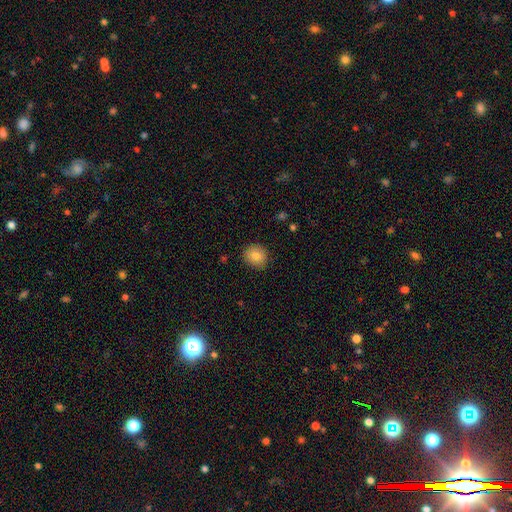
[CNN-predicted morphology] Overall: smooth (83%). How rounded: round (79%). Merging: none (86%).